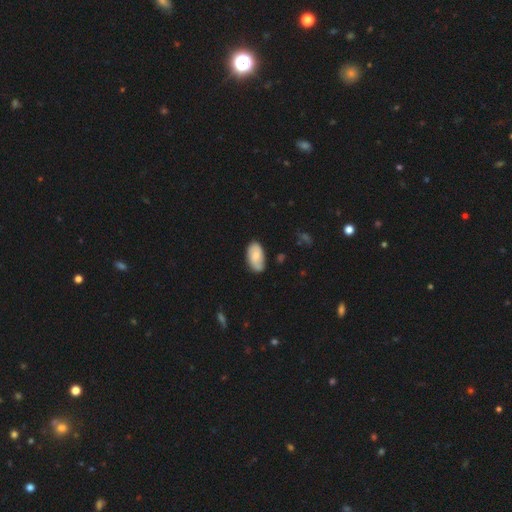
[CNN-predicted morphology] Smooth or featured? Predicted: smooth (p=0.64). How rounded? Predicted: in between (p=0.95). Merging? Predicted: none (p=0.75).